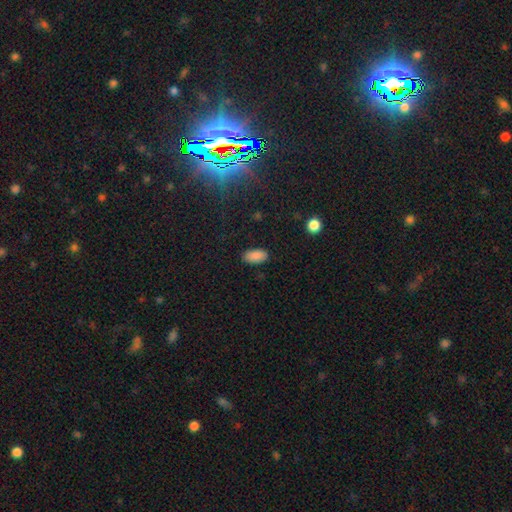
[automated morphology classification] The model was most divided on "merging": none: 87%, minor disturbance: 10%, major disturbance: 2%, merger: 1%. More confident: how rounded — in between (94%); smooth or featured — smooth (88%).